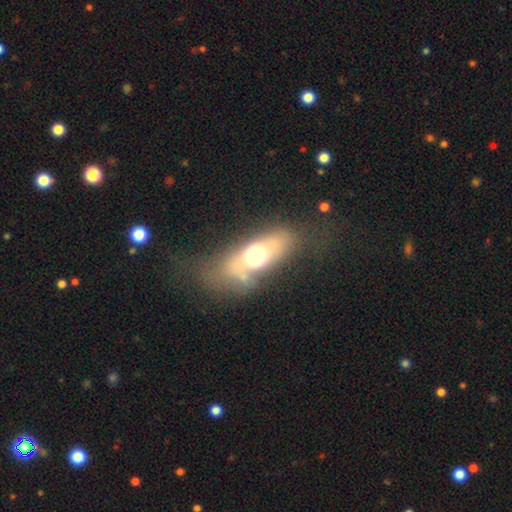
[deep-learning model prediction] A smooth galaxy with no disk features (55%) that is in between round and cigar-shaped (76%).

Vote fractions:
- Smooth or featured? smooth: 55% / featured or disk: 33% / star or artifact: 12%
- How rounded? in between: 76% / cigar-shaped: 14% / round: 11%
- Merging? none: 50% / major disturbance: 23% / minor disturbance: 22% / merger: 6%